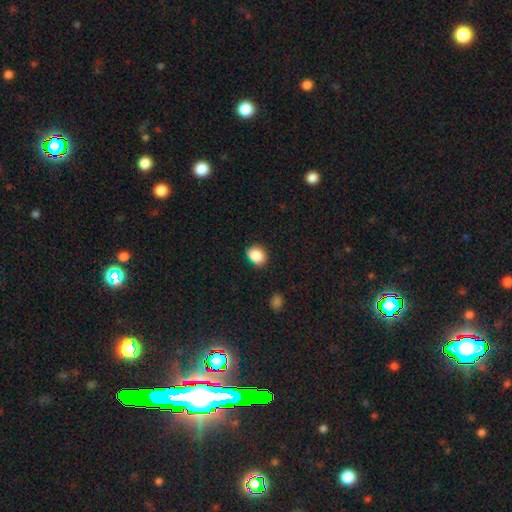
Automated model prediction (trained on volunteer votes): Smooth or featured: smooth — 88% (star or artifact — 9%)
How rounded: in between — 50% (round — 49%)
Merging: none — 84% (minor disturbance — 12%)